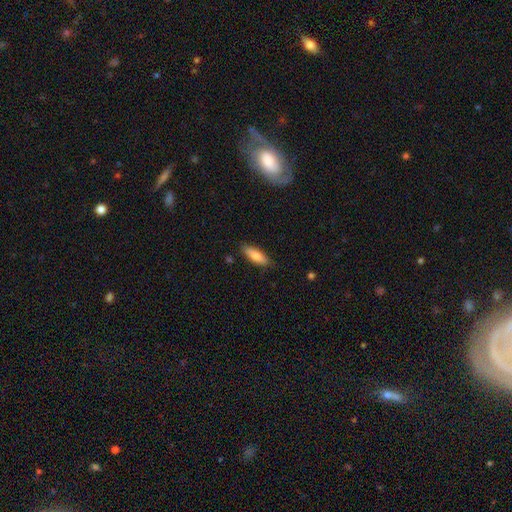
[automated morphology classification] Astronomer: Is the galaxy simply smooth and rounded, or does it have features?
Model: smooth — 79%.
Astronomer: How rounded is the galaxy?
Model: in between — 61% (runner-up: cigar-shaped, 37%).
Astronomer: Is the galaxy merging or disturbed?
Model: none — 84%.